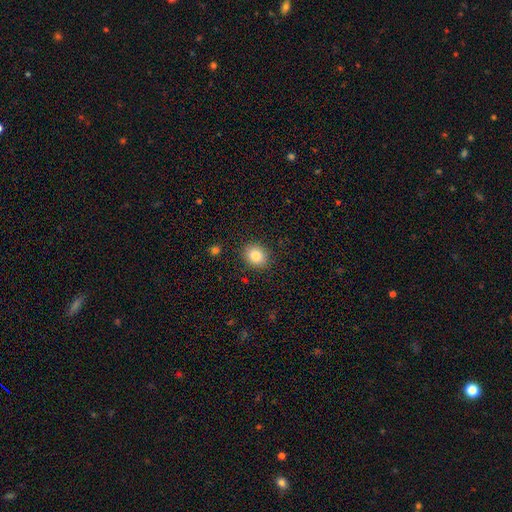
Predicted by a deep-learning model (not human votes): The model was most divided on "how rounded": round: 58%, in between: 41%, cigar-shaped: 1%. More confident: merging — none (88%); smooth or featured — smooth (84%).